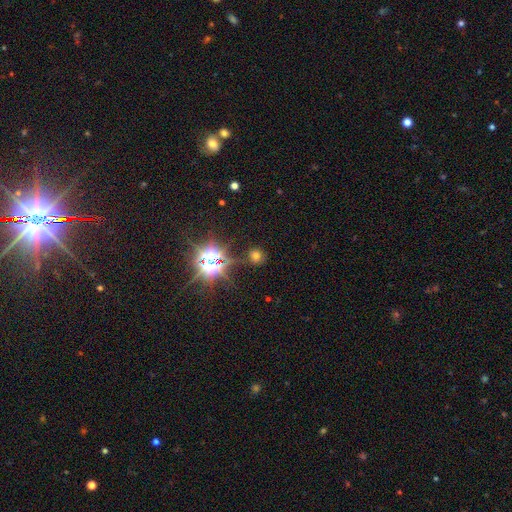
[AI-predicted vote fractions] smooth-or-featured: smooth: 53% | star or artifact: 39% | featured or disk: 8%
  how-rounded: round: 88% | in between: 11% | cigar-shaped: 1%
  merging: none: 82% | minor disturbance: 10% | major disturbance: 4% | merger: 4%